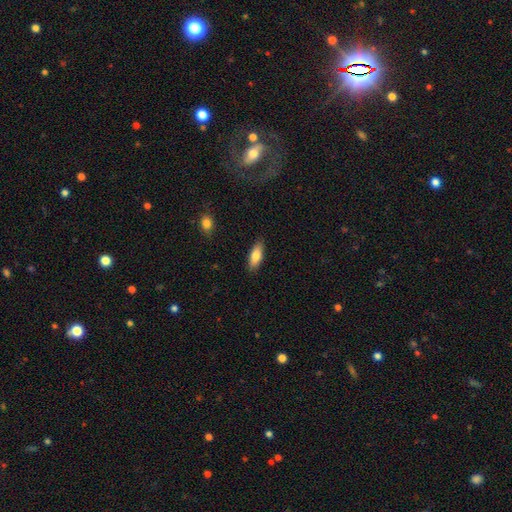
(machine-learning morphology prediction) Smooth or featured? smooth (79%)
How rounded? in between (69%)
Merging? none (87%)